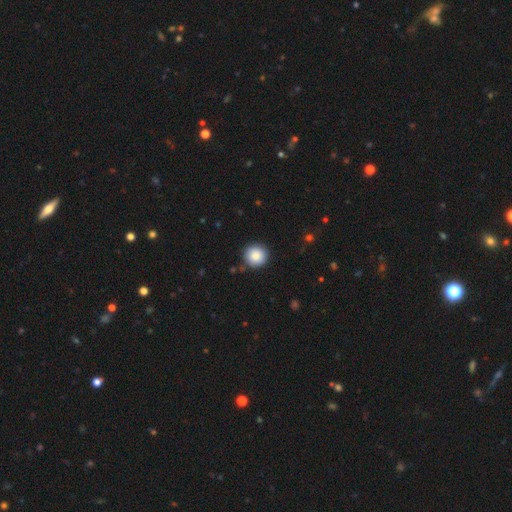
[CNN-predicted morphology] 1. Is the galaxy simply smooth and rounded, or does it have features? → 87% smooth, 8% star or artifact, 5% featured or disk.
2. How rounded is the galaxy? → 95% round, 4% in between, 1% cigar-shaped.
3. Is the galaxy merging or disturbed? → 89% none, 7% minor disturbance, 2% major disturbance, 2% merger.